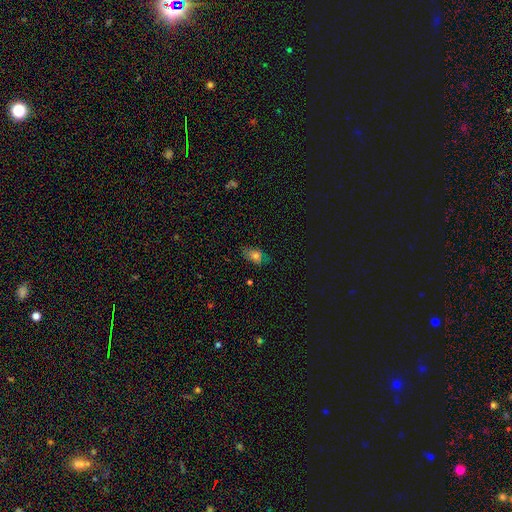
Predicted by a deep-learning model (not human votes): Q: Smooth or featured?
A: smooth (63%); runner-up: star or artifact (23%)
Q: How rounded?
A: in between (78%); runner-up: round (19%)
Q: Merging?
A: none (71%); runner-up: minor disturbance (21%)